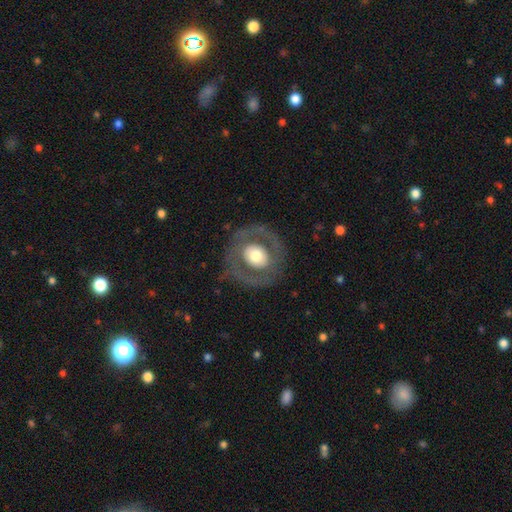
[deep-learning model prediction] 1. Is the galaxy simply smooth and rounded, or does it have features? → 54% featured or disk, 40% smooth, 6% star or artifact.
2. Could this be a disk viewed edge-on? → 95% no, 5% yes.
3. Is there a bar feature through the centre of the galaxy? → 81% no, 13% weak, 6% strong.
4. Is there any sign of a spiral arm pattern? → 76% no, 24% yes.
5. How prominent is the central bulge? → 49% moderate, 40% large, 5% dominant, 5% small, 1% none.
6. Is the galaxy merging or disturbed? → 77% none, 12% minor disturbance, 10% major disturbance, 1% merger.